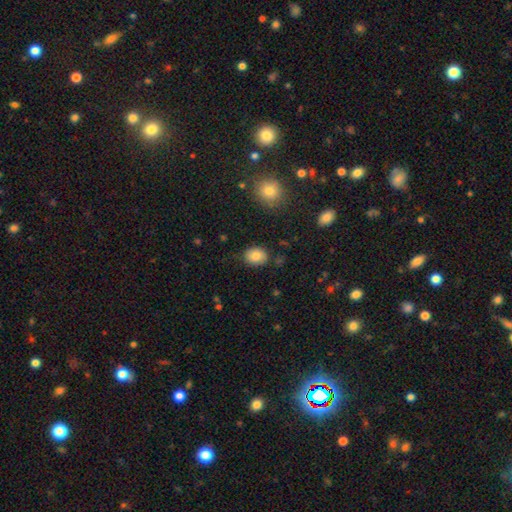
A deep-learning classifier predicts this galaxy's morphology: Smooth or featured: smooth — 83% (star or artifact — 9%)
How rounded: in between — 52% (round — 47%)
Merging: none — 83% (minor disturbance — 12%)